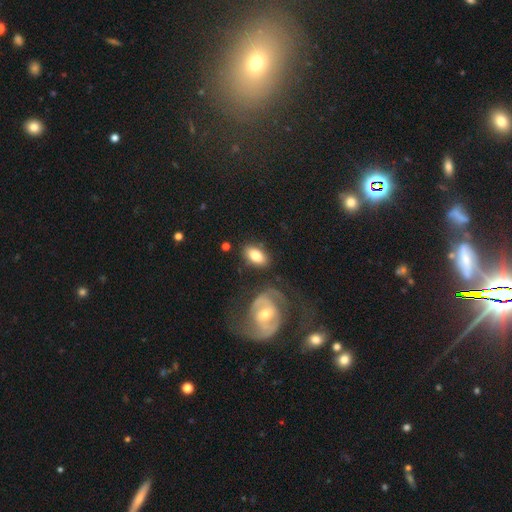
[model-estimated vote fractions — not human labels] This appears to be a smooth galaxy with no disk features (76%) that is in between round and cigar-shaped (91%). Merging: none (72%).